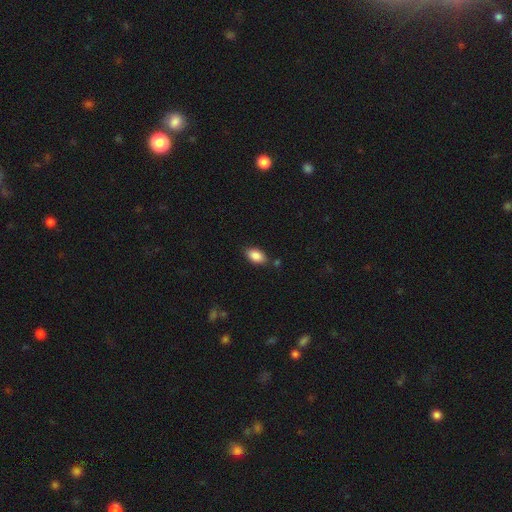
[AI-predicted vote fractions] A smooth galaxy with no disk features (88%) that is in between round and cigar-shaped (92%).

Vote fractions:
- Smooth or featured? smooth: 88% / star or artifact: 7% / featured or disk: 5%
- How rounded? in between: 92% / round: 4% / cigar-shaped: 3%
- Merging? none: 81% / minor disturbance: 13% / merger: 3% / major disturbance: 3%